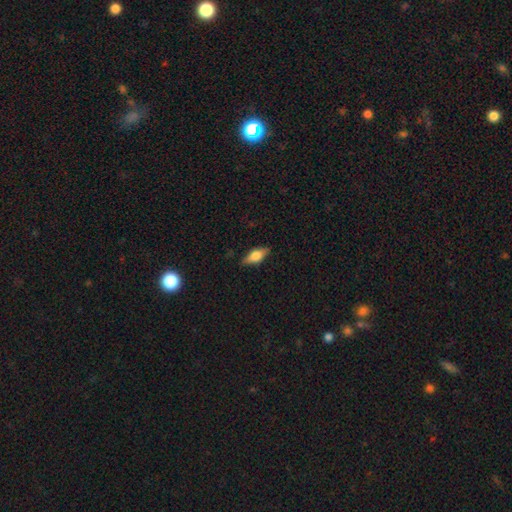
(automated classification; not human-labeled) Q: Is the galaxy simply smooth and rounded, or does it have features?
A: smooth — 57%.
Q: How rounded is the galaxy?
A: in between — 72%.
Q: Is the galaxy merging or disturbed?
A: none — 85%.